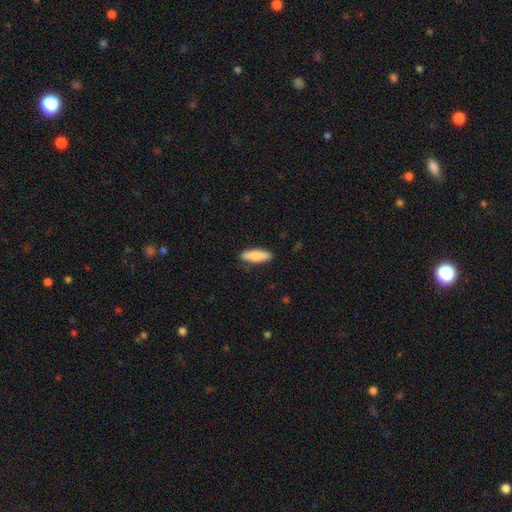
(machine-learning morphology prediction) smooth-or-featured: smooth: 78% | featured or disk: 16% | star or artifact: 6%
  how-rounded: cigar-shaped: 54% | in between: 44% | round: 2%
  merging: none: 85% | minor disturbance: 12% | major disturbance: 2% | merger: 1%